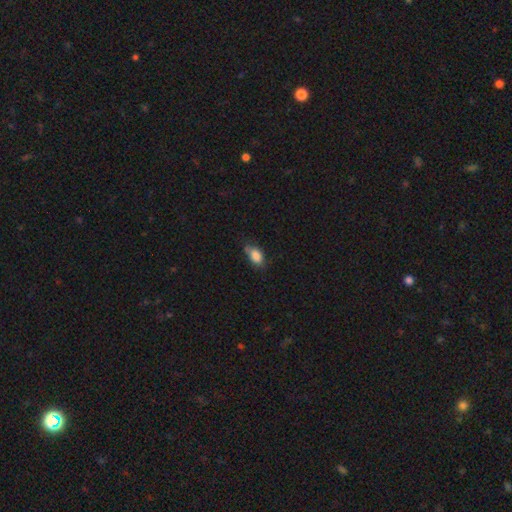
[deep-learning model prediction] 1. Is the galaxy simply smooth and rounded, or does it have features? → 84% smooth, 8% star or artifact, 8% featured or disk.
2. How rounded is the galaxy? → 87% in between, 10% round, 3% cigar-shaped.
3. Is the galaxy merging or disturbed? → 55% none, 32% minor disturbance, 7% major disturbance, 5% merger.